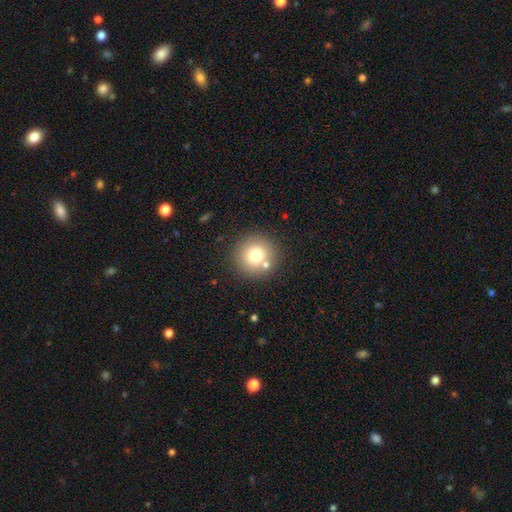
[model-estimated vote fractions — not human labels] Smooth or featured?
  - smooth: 75% *
  - featured or disk: 13%
  - star or artifact: 12%
How rounded?
  - round: 95% *
  - in between: 4%
  - cigar-shaped: 1%
Merging?
  - none: 80% *
  - merger: 9%
  - minor disturbance: 8%
  - major disturbance: 3%